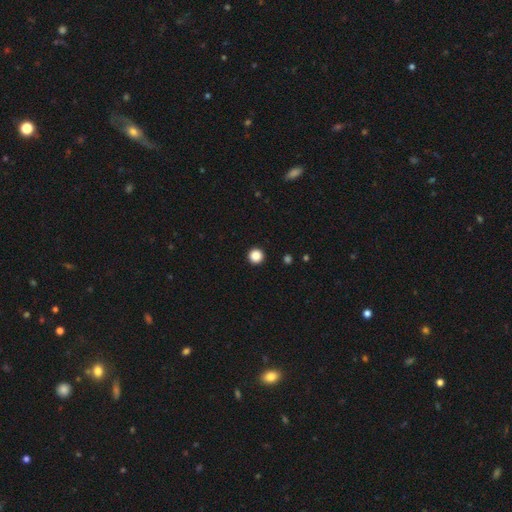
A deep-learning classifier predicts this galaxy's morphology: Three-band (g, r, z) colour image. It shows a smooth galaxy with no disk features (88%) that is round (97%). Merging: none (94%).